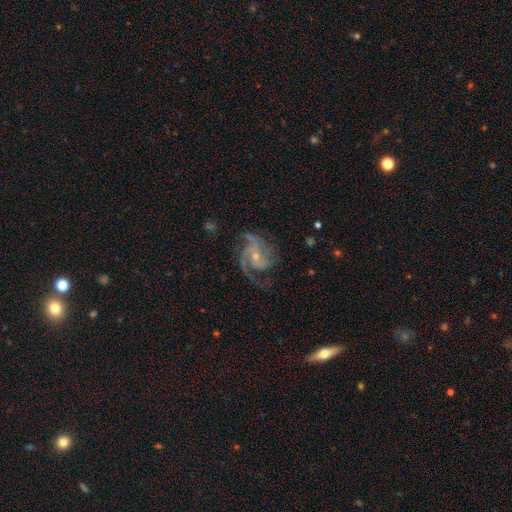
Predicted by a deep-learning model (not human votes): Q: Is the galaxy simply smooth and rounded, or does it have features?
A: featured or disk — 90%.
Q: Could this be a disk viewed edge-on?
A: no — 98%.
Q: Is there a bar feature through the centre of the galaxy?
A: no — 70%.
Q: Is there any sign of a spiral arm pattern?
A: yes — 98%.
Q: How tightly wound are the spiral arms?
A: medium — 53%.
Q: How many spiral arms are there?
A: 3 — 55%.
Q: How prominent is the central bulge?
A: small — 70%.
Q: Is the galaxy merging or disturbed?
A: none — 68%.